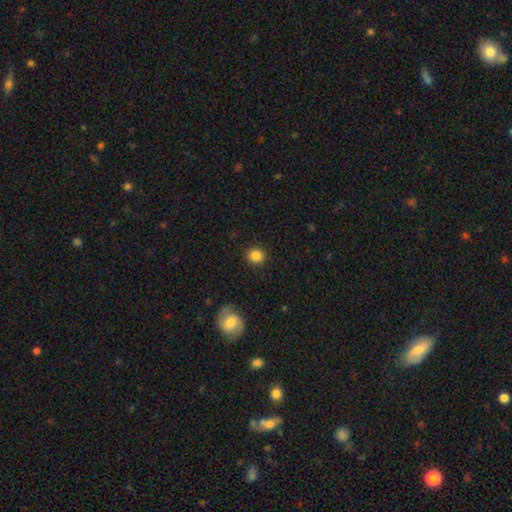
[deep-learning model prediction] This appears to be a smooth galaxy with no disk features (86%) that is round (86%). Merging: none (90%).